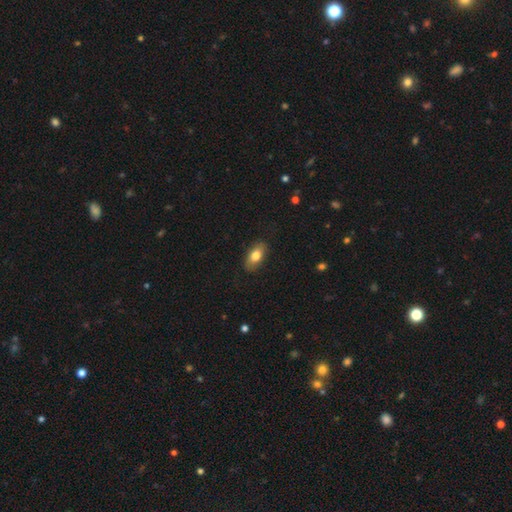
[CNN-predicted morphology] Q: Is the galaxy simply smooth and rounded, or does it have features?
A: smooth — 78%.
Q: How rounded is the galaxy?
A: in between — 88%.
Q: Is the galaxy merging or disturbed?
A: none — 86%.